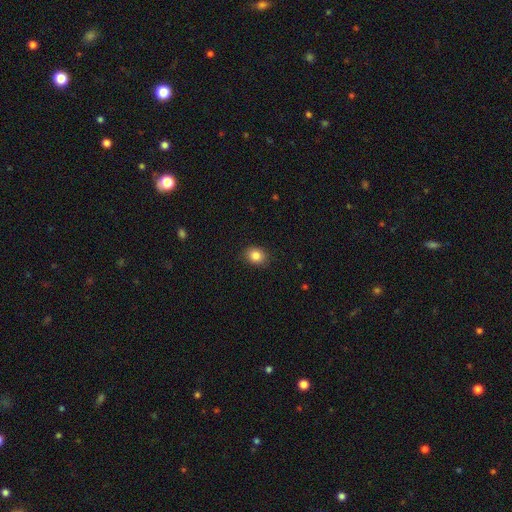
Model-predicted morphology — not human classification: A smooth galaxy with no disk features (85%) that is round (56%).

Vote fractions:
- Smooth or featured? smooth: 85% / star or artifact: 10% / featured or disk: 5%
- How rounded? round: 56% / in between: 43% / cigar-shaped: 1%
- Merging? none: 88% / minor disturbance: 9% / major disturbance: 2% / merger: 1%